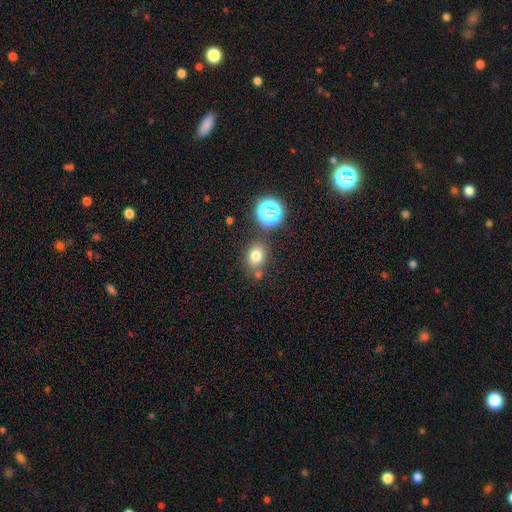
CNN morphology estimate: The model was most divided on "how rounded": round: 51%, in between: 48%, cigar-shaped: 1%. More confident: smooth or featured — smooth (75%); merging — none (71%).